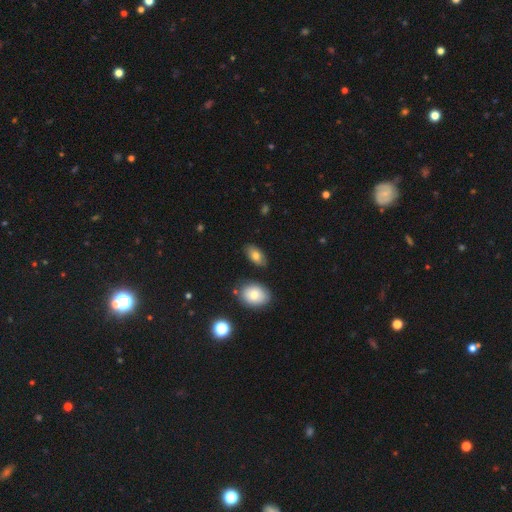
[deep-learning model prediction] Morphology: type=smooth (76%); roundness=in between (92%); merging=none (81%).